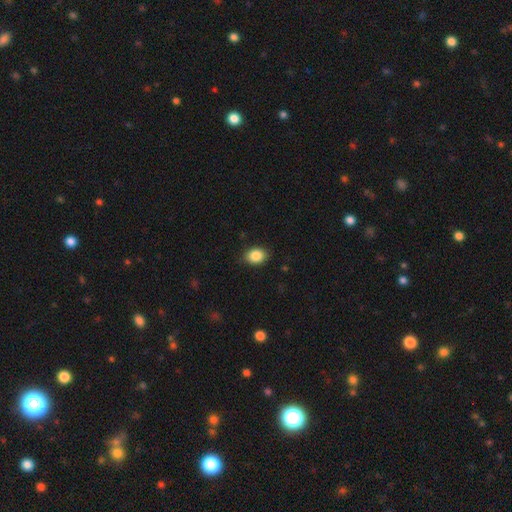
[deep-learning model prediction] This appears to be a smooth galaxy with no disk features (86%) that is in between round and cigar-shaped (60%). Merging: none (86%).